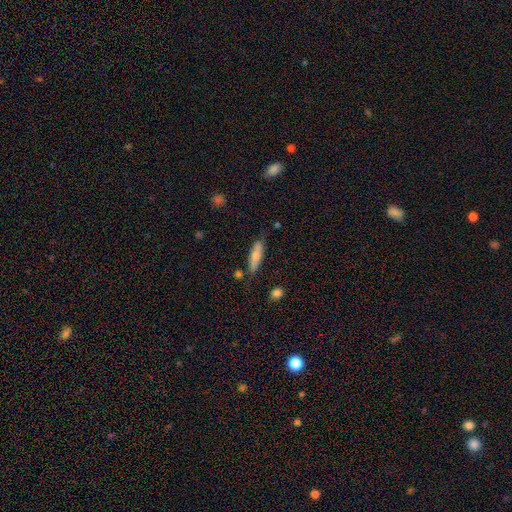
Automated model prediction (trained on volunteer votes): Smooth or featured? Predicted: smooth (p=0.70). How rounded? Predicted: cigar-shaped (p=0.66). Merging? Predicted: none (p=0.73).